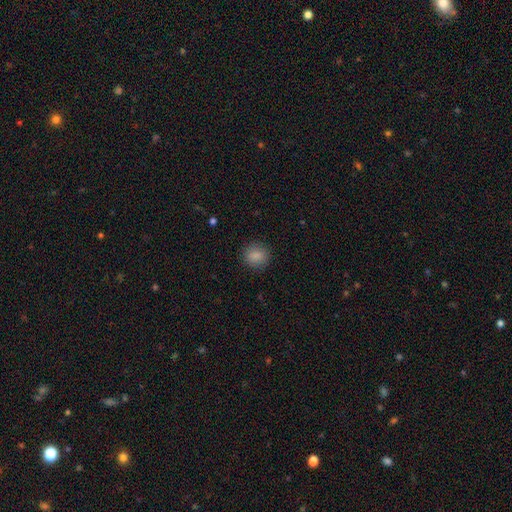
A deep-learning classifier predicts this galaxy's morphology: type=smooth (87%); roundness=round (84%); merging=none (89%).